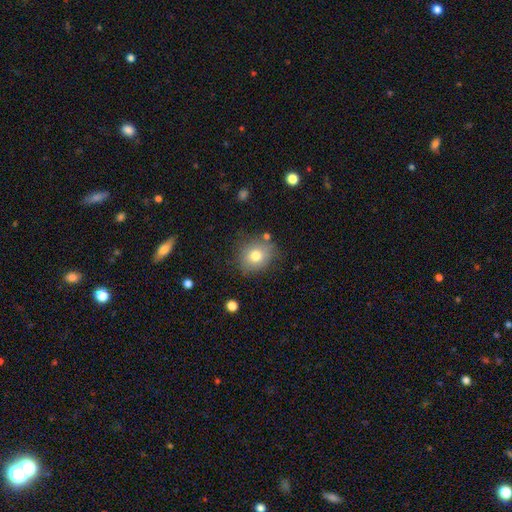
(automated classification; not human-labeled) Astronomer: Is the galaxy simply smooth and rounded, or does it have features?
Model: smooth — 76%.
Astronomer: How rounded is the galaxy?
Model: round — 72%.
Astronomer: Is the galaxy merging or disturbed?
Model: none — 78%.